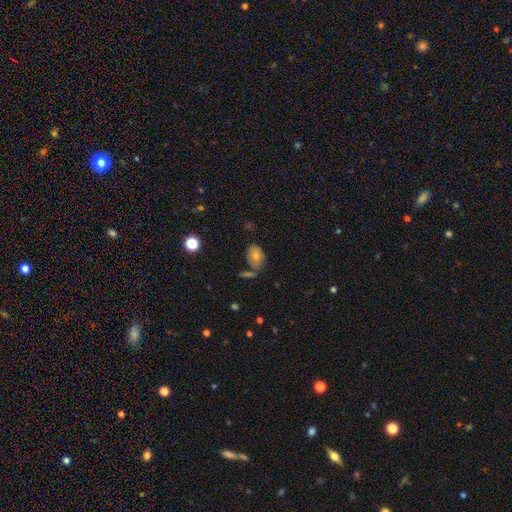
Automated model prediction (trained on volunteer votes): Smooth or featured?
  - smooth: 59% *
  - featured or disk: 29%
  - star or artifact: 12%
How rounded?
  - in between: 76% *
  - round: 22%
  - cigar-shaped: 2%
Merging?
  - none: 62% *
  - minor disturbance: 19%
  - merger: 13%
  - major disturbance: 7%